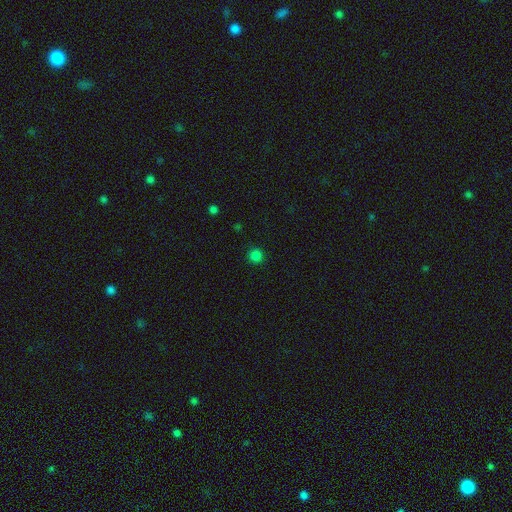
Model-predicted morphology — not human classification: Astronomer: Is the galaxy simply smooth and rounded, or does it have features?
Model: smooth — 81%.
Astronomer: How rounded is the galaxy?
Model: round — 95%.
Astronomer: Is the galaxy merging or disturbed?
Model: none — 91%.